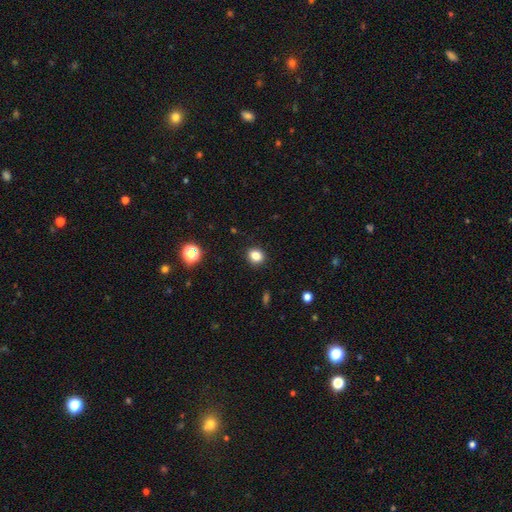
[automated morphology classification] smooth_or_featured: smooth (p=0.83) [alt: star or artifact p=0.12]
how_rounded: round (p=0.64) [alt: in between p=0.35]
merging: none (p=0.90) [alt: minor disturbance p=0.07]